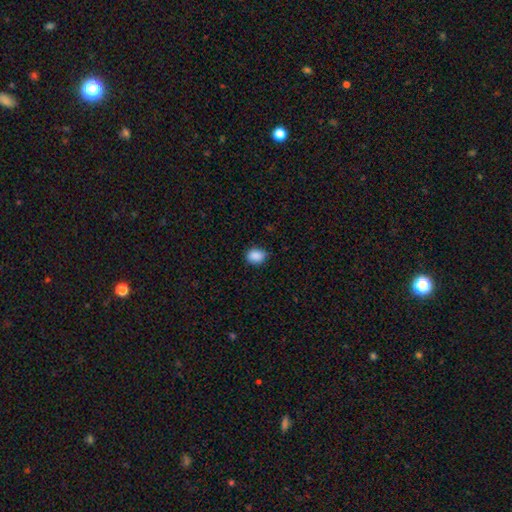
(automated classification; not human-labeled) A smooth galaxy with no disk features (89%) that is in between round and cigar-shaped (56%). Merging: none (78%).